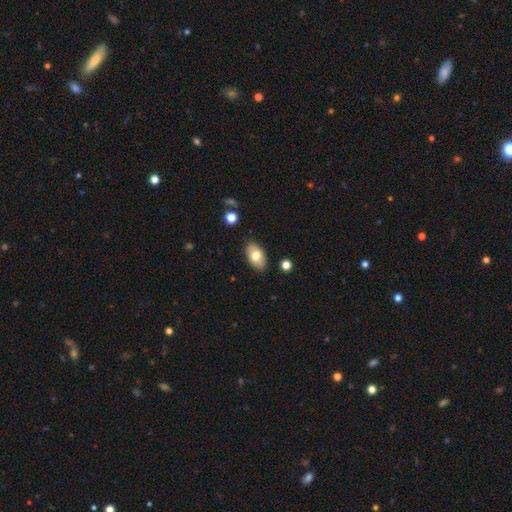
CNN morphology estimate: A smooth galaxy with no disk features (75%) that is in between round and cigar-shaped (92%). Merging: none (86%).